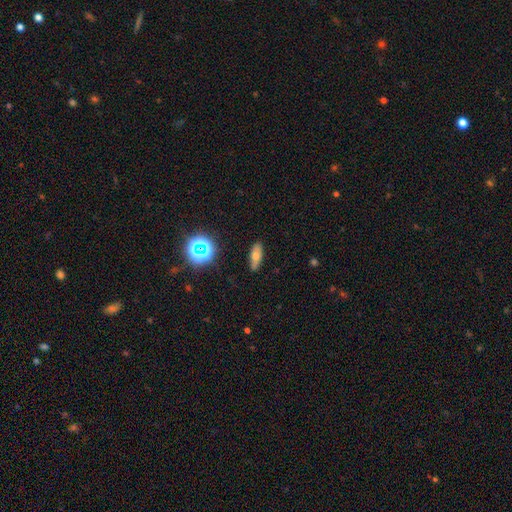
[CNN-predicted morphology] Smooth or featured?
  - smooth: 63% *
  - featured or disk: 23%
  - star or artifact: 14%
How rounded?
  - in between: 64% *
  - cigar-shaped: 30%
  - round: 6%
Merging?
  - none: 86% *
  - minor disturbance: 10%
  - major disturbance: 2%
  - merger: 1%